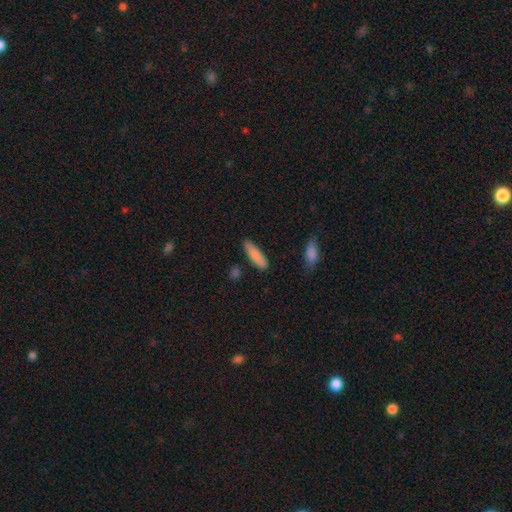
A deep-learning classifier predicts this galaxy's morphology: Overall: smooth (86%). How rounded: cigar-shaped (60%; in between 39%). Merging: none (83%).